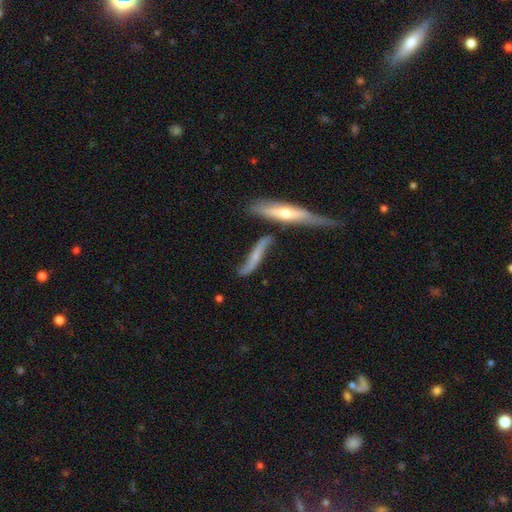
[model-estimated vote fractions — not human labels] Morphology: type=featured or disk (65%); edge-on=yes (53%); merging=none (51%).